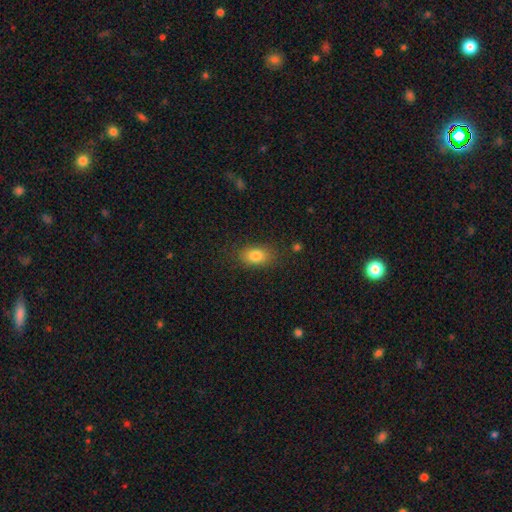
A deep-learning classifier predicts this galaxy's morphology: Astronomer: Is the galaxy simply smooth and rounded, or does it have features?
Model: smooth — 82%.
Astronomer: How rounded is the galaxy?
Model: in between — 84%.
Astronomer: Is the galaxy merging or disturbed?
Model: none — 81%.